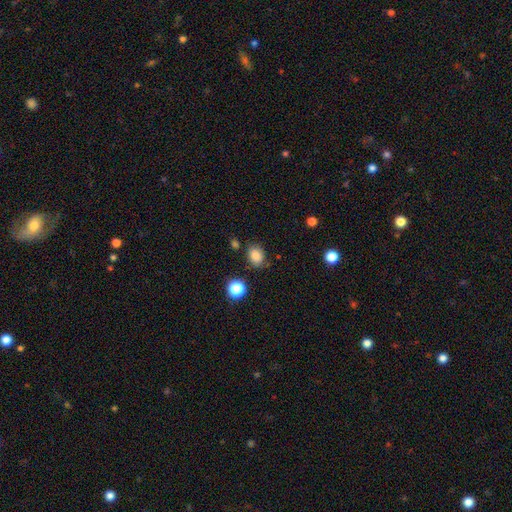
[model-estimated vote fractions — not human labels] The model was most divided on "how rounded": in between: 58%, round: 41%, cigar-shaped: 1%. More confident: smooth or featured — smooth (84%); merging — none (75%).